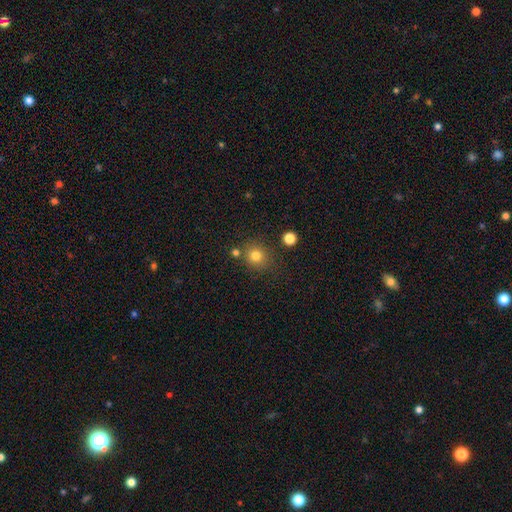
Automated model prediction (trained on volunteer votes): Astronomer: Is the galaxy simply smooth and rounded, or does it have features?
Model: smooth — 79%.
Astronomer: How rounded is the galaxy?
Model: round — 87%.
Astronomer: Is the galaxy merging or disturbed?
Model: none — 79%.